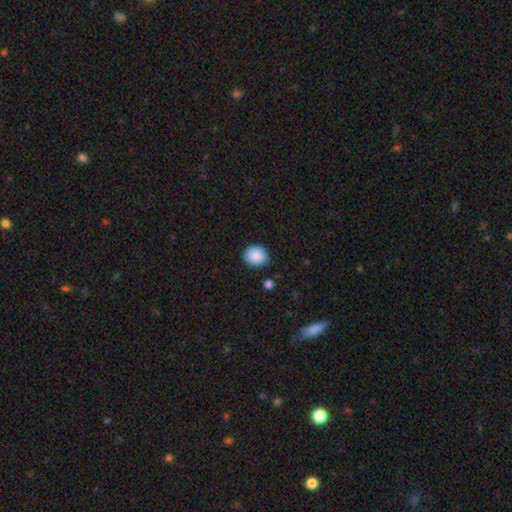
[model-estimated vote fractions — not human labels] Smooth or featured: smooth — 88% (star or artifact — 8%)
How rounded: round — 66% (in between — 33%)
Merging: none — 82% (minor disturbance — 13%)